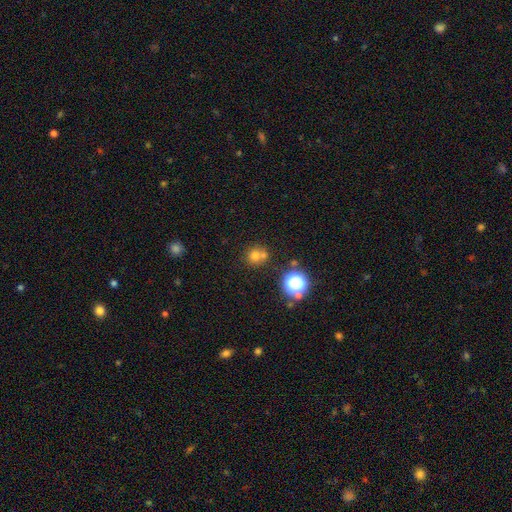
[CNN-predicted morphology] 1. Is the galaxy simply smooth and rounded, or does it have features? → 68% smooth, 20% star or artifact, 12% featured or disk.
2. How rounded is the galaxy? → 85% round, 14% in between, 1% cigar-shaped.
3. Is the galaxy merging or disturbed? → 51% none, 37% merger, 8% minor disturbance, 4% major disturbance.